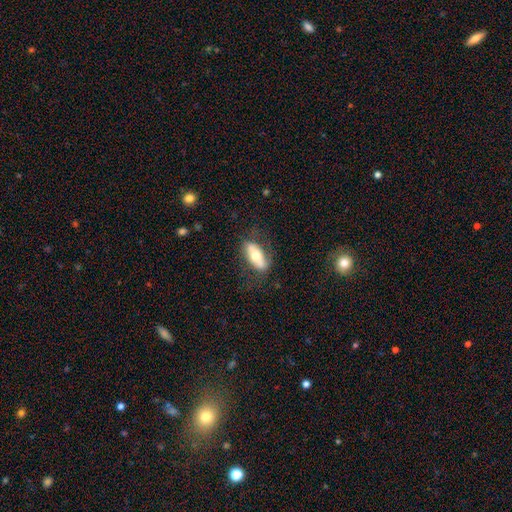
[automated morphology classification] smooth_or_featured: smooth (p=0.54) [alt: featured or disk p=0.40]
how_rounded: in between (p=0.76) [alt: cigar-shaped p=0.21]
merging: none (p=0.71) [alt: minor disturbance p=0.18]